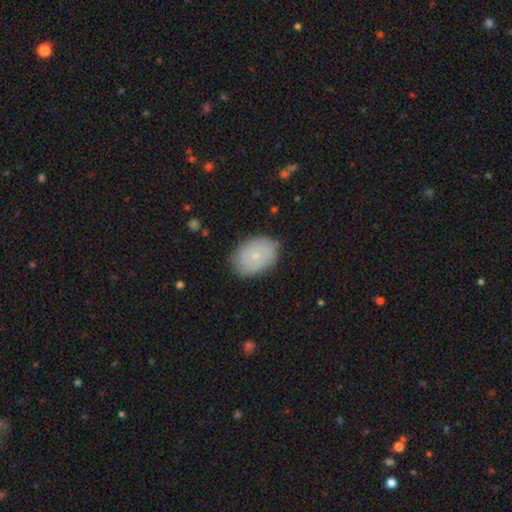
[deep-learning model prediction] Smooth or featured: smooth — 60% (featured or disk — 33%)
How rounded: in between — 76% (round — 23%)
Merging: none — 81% (minor disturbance — 15%)